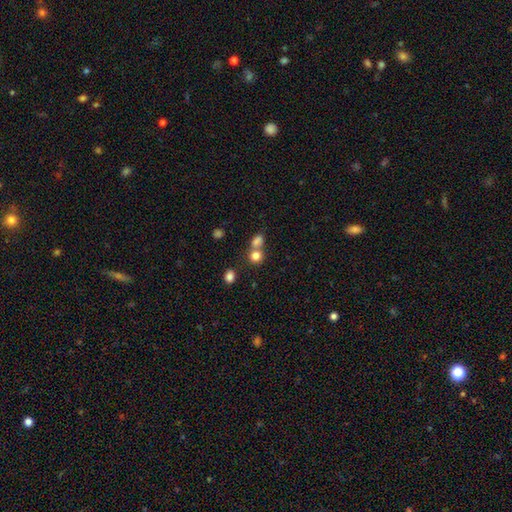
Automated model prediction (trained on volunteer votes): Overall: smooth (80%). How rounded: round (78%). Merging: none (45%; merger 44%).